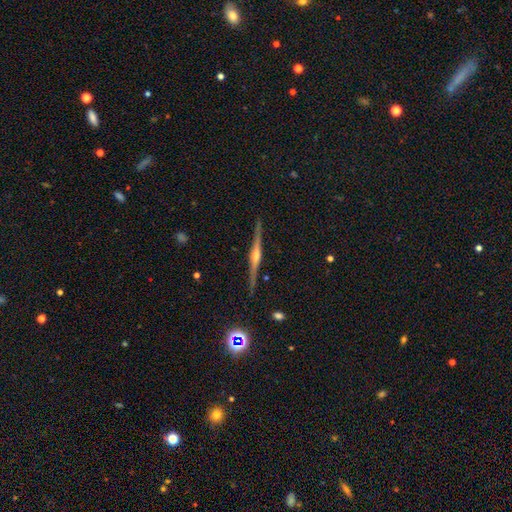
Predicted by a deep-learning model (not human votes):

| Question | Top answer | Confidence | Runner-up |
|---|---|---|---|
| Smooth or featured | featured or disk | 84% | smooth (9%) |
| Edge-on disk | yes | 98% | no (2%) |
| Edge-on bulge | rounded | 83% | boxy (10%) |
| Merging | none | 90% | minor disturbance (7%) |